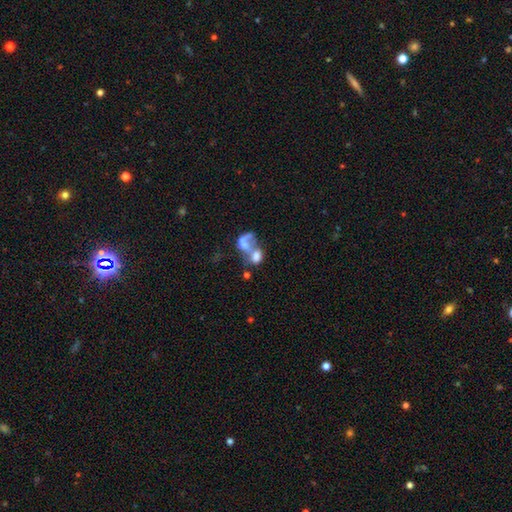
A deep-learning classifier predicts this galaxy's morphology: type=smooth (49%); merging=merger (67%).